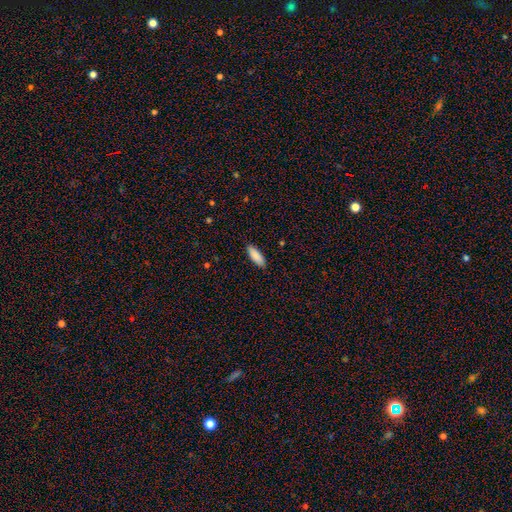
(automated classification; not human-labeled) Q: Smooth or featured?
A: smooth (89%); runner-up: star or artifact (6%)
Q: How rounded?
A: in between (63%); runner-up: cigar-shaped (35%)
Q: Merging?
A: none (89%); runner-up: minor disturbance (9%)